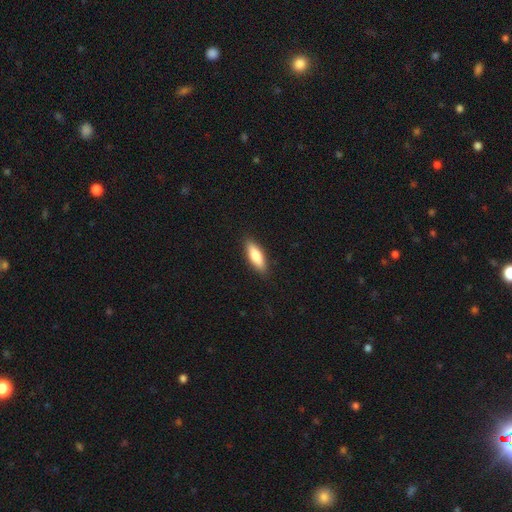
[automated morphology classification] This is likely a smooth galaxy (79%). How rounded: possibly in between (55%). Merging: clearly none (88%).